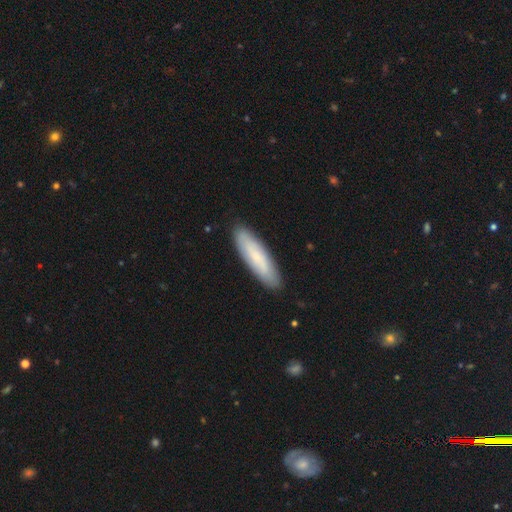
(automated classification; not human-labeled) Smooth or featured? Predicted: smooth (p=0.72). How rounded? Predicted: cigar-shaped (p=0.70). Merging? Predicted: none (p=0.89).